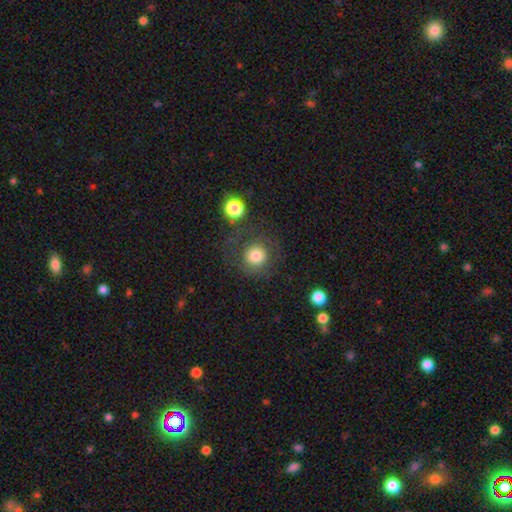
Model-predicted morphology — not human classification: The model was most divided on "merging": none: 74%, minor disturbance: 12%, major disturbance: 9%, merger: 4%. More confident: how rounded — round (91%); smooth or featured — smooth (78%).